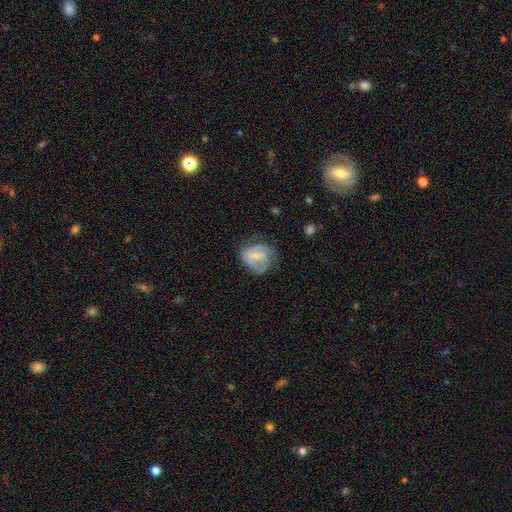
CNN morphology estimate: A featured or disk galaxy (61%) with a weak bar (47%), spiral arms (74%) and a small central bulge (60%). Merging: none (50%).